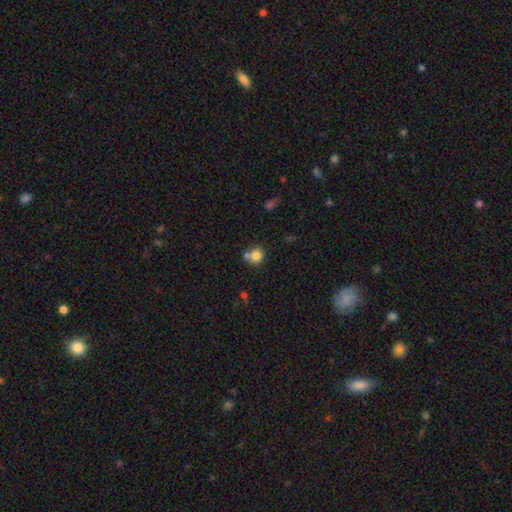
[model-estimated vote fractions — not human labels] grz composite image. It shows a smooth galaxy with no disk features (80%) that is round (83%). Merging: none (51%).